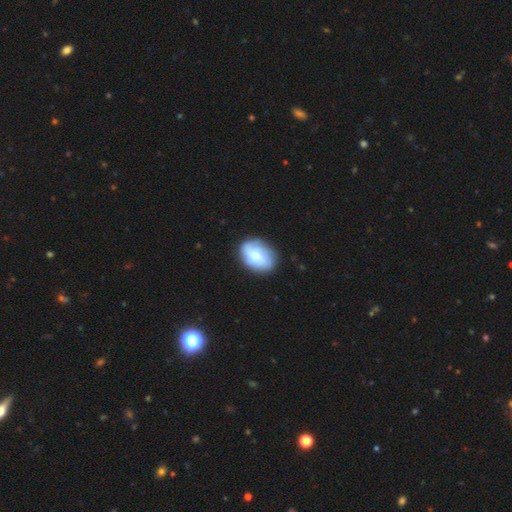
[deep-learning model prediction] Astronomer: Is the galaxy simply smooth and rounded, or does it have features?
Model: smooth — 58% (runner-up: featured or disk, 34%).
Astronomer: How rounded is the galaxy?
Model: in between — 75%.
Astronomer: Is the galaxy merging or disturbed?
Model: none — 69%.